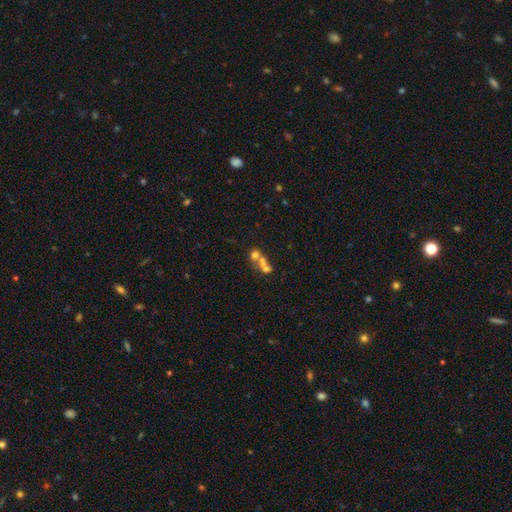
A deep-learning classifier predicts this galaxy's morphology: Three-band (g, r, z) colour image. It shows a smooth galaxy with no disk features (53%) that is round (52%). Merging: merger (59%).